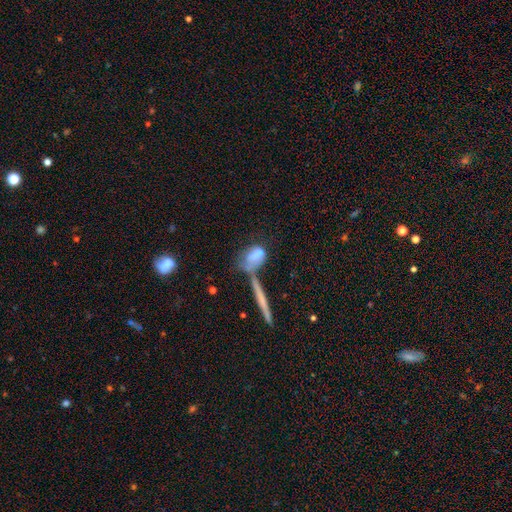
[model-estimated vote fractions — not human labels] Smooth or featured?
  - smooth: 62% *
  - featured or disk: 27%
  - star or artifact: 11%
How rounded?
  - in between: 66% *
  - cigar-shaped: 18%
  - round: 17%
Merging?
  - merger: 37% *
  - none: 27%
  - major disturbance: 20%
  - minor disturbance: 16%